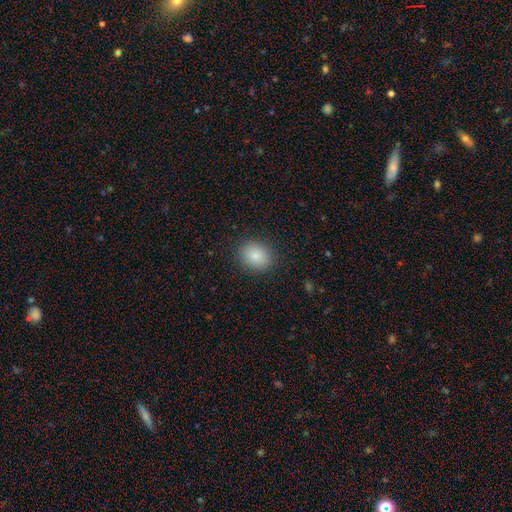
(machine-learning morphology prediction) A smooth galaxy with no disk features (85%) that is round (64%).

Vote fractions:
- Smooth or featured? smooth: 85% / star or artifact: 9% / featured or disk: 6%
- How rounded? round: 64% / in between: 35% / cigar-shaped: 1%
- Merging? none: 88% / minor disturbance: 8% / major disturbance: 3% / merger: 1%